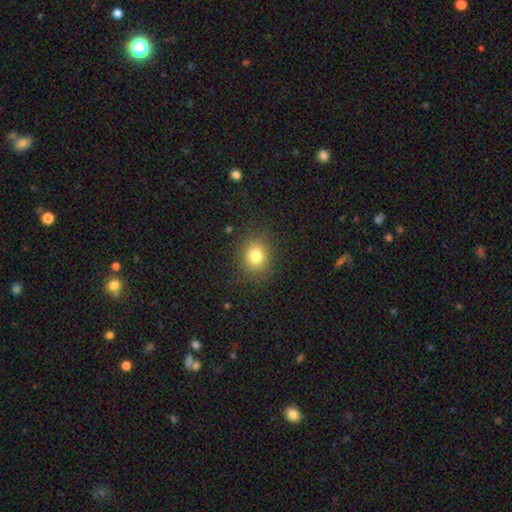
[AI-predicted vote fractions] Q: Smooth or featured?
A: smooth (79%); runner-up: star or artifact (13%)
Q: How rounded?
A: round (71%); runner-up: in between (28%)
Q: Merging?
A: none (86%); runner-up: minor disturbance (9%)